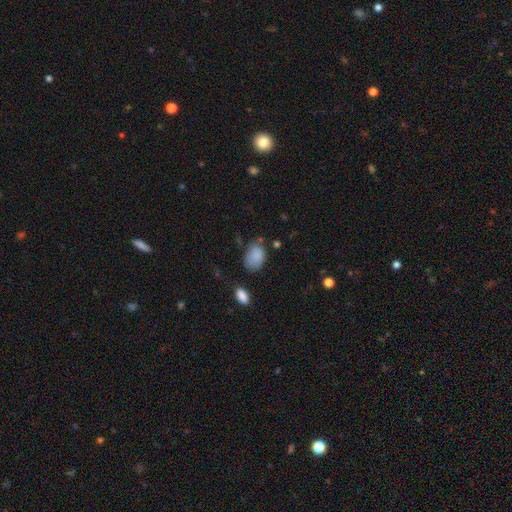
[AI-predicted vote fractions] Morphology: type=smooth (86%); roundness=in between (79%); merging=none (59%).